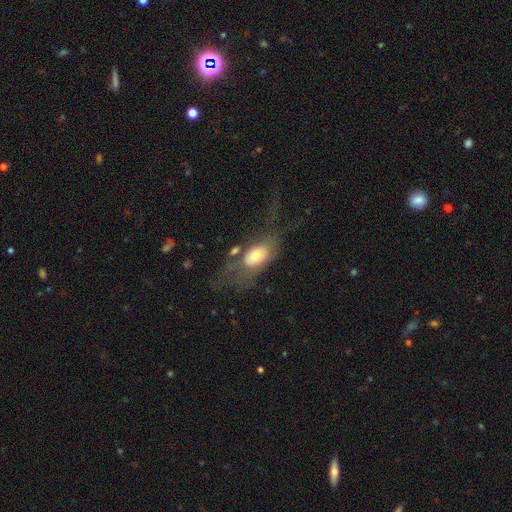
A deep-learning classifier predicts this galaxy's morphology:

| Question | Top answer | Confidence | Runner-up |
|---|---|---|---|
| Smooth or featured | smooth | 58% | featured or disk (33%) |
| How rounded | in between | 85% | cigar-shaped (8%) |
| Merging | major disturbance | 46% | none (29%) |